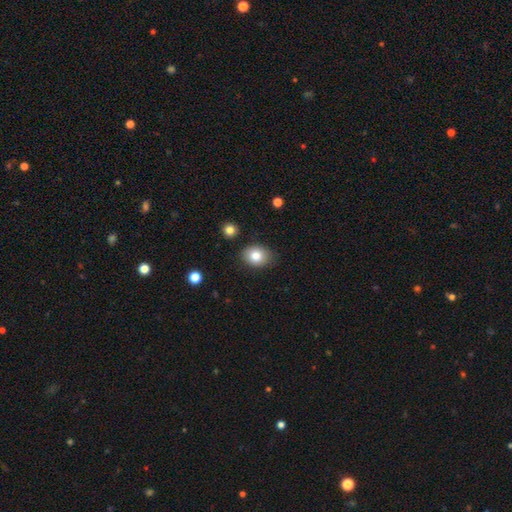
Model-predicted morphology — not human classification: Overall: smooth (83%). How rounded: in between (60%; round 39%). Merging: none (84%).